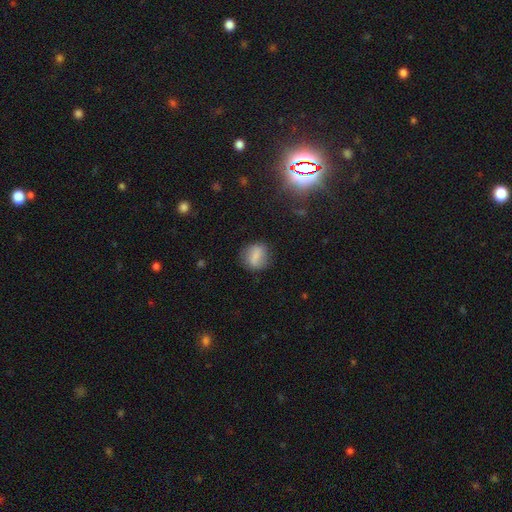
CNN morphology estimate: A smooth galaxy with no disk features (70%) that is round (63%).

Vote fractions:
- Smooth or featured? smooth: 70% / featured or disk: 20% / star or artifact: 10%
- How rounded? round: 63% / in between: 34% / cigar-shaped: 3%
- Merging? none: 76% / minor disturbance: 16% / major disturbance: 6% / merger: 2%